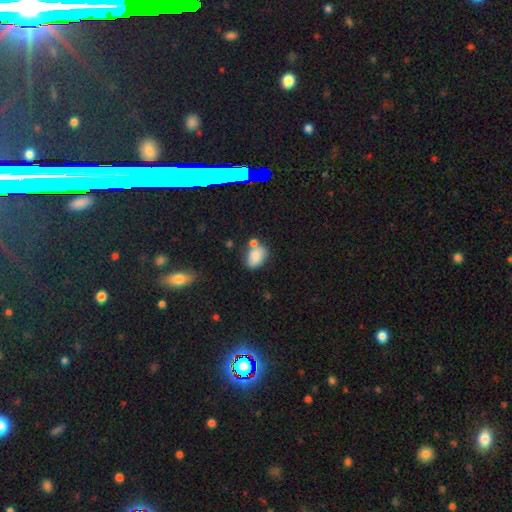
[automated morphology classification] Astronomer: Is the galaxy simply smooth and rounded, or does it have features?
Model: smooth — 79%.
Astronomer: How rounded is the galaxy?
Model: in between — 79%.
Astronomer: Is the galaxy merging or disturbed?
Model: none — 51%.